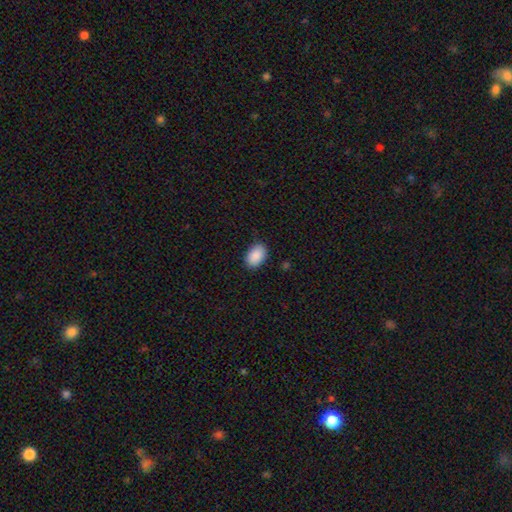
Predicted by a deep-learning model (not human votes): smooth 90%, star or artifact 6%, featured or disk 4%. Down the decision tree: how rounded — in between (90%); merging — none (84%).